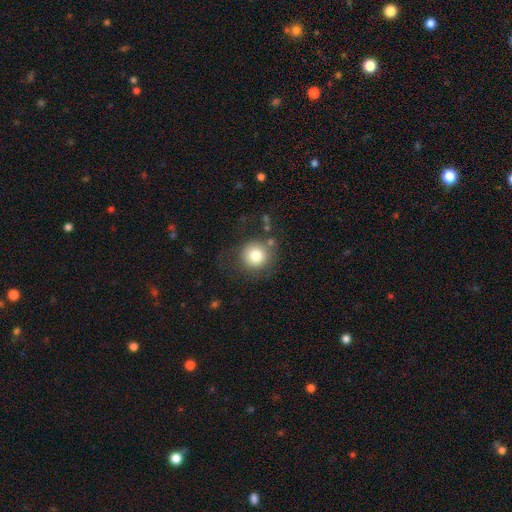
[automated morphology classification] Smooth or featured: smooth — 79% (star or artifact — 11%)
How rounded: round — 93% (in between — 6%)
Merging: none — 74% (minor disturbance — 14%)